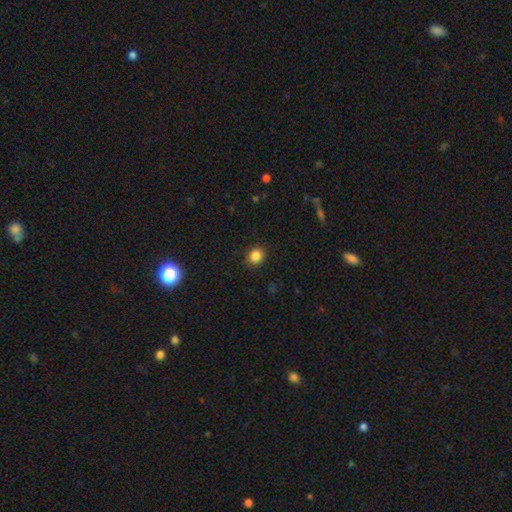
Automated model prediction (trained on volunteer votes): smooth 86%, star or artifact 11%, featured or disk 4%. Down the decision tree: how rounded — round (78%); merging — none (89%).